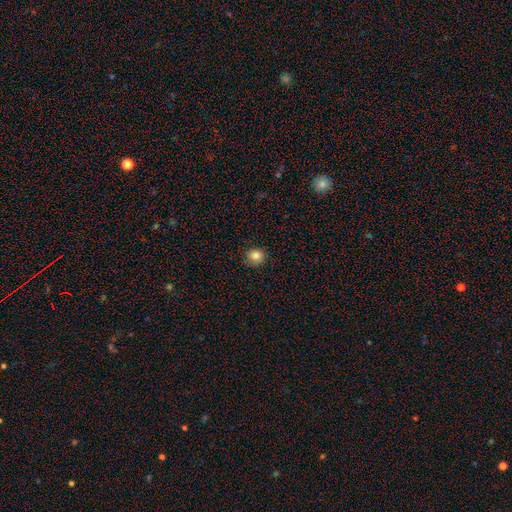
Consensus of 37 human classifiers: Volunteers were most divided on "how rounded": round: 84%, in between: 16%, cigar-shaped: 0%. More confident: merging — none (88%); smooth or featured — smooth (84%).